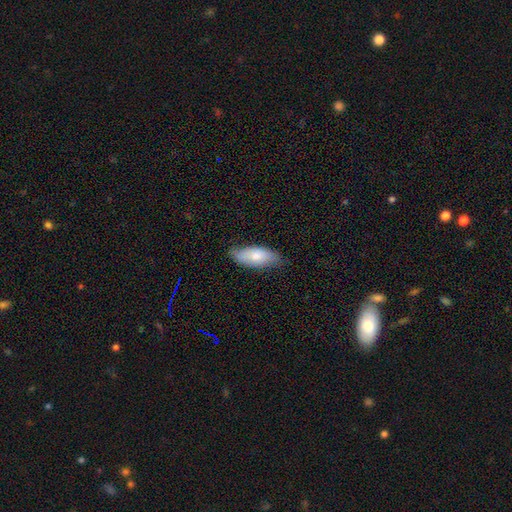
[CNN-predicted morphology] A smooth galaxy with no disk features (74%) that is in between round and cigar-shaped (83%).

Vote fractions:
- Smooth or featured? smooth: 74% / featured or disk: 20% / star or artifact: 6%
- How rounded? in between: 83% / cigar-shaped: 15% / round: 2%
- Merging? none: 72% / minor disturbance: 24% / major disturbance: 4% / merger: 1%